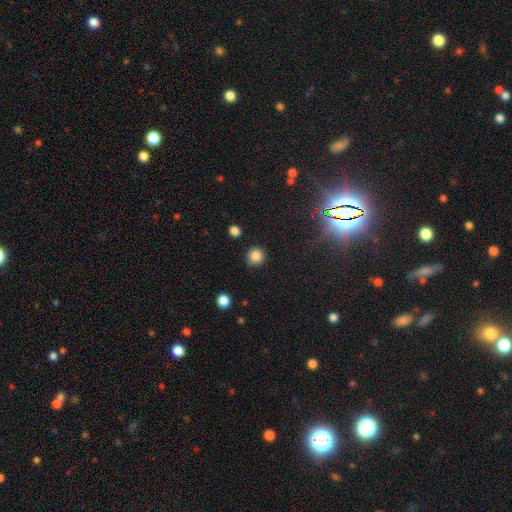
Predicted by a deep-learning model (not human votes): Morphology: type=smooth (83%); roundness=round (92%); merging=none (84%).